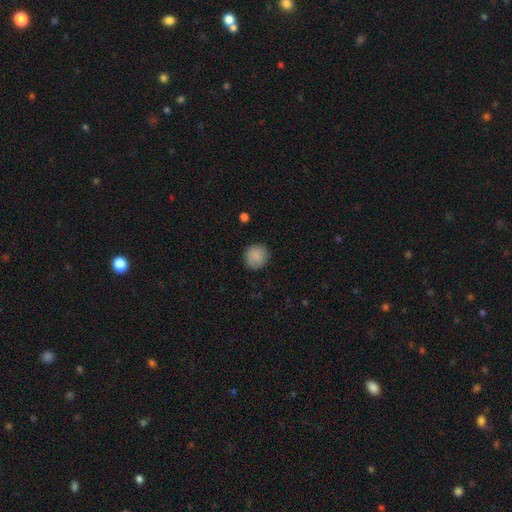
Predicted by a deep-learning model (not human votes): This is clearly a smooth galaxy (87%). How rounded: clearly round (90%). Merging: clearly none (88%).